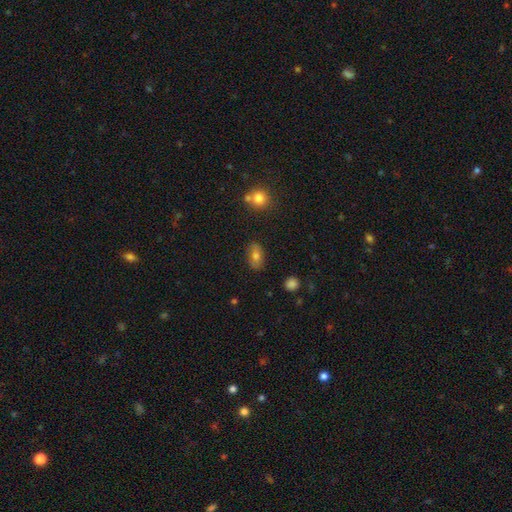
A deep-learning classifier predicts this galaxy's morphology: type=smooth (68%); roundness=in between (84%); merging=none (81%).